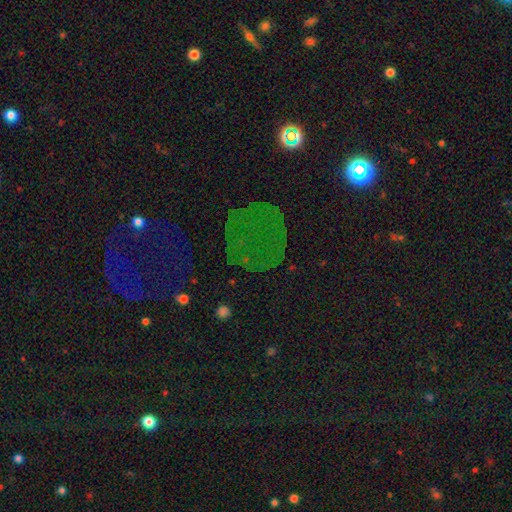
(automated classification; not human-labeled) Overall: star or artifact (64%).